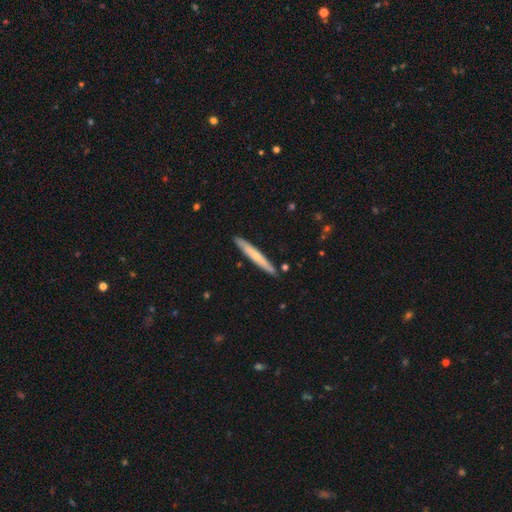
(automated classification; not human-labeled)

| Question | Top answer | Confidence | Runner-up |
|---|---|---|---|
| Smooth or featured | smooth | 56% | featured or disk (39%) |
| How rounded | cigar-shaped | 96% | in between (3%) |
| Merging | none | 89% | minor disturbance (8%) |